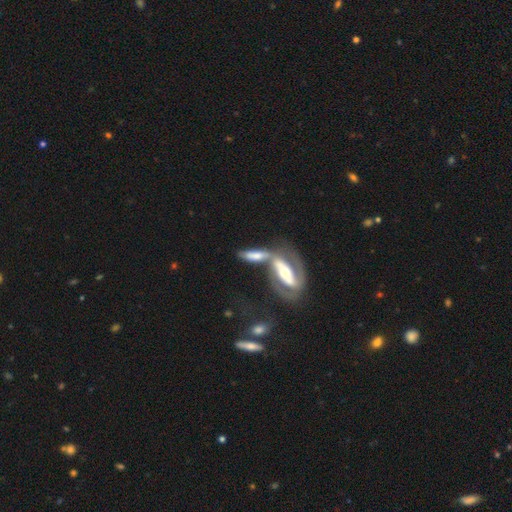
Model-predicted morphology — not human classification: Q: Smooth or featured?
A: featured or disk (52%); runner-up: smooth (42%)
Q: Edge-on disk?
A: no (67%); runner-up: yes (33%)
Q: Merging?
A: merger (56%); runner-up: none (28%)